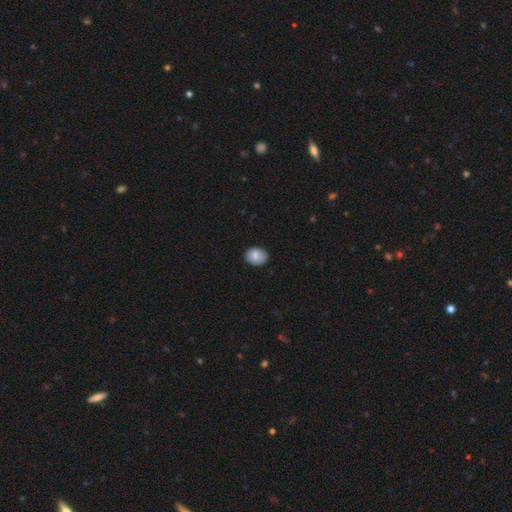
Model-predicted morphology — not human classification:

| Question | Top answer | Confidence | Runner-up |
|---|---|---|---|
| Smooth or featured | smooth | 83% | featured or disk (10%) |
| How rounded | round | 51% | in between (49%) |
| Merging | none | 87% | minor disturbance (11%) |